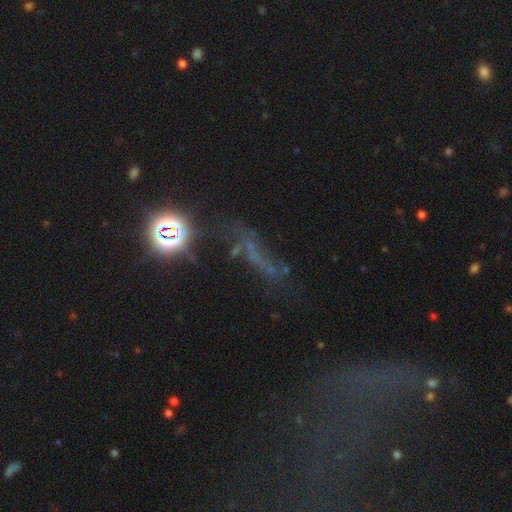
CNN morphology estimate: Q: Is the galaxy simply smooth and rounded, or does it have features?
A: star or artifact — 40%.